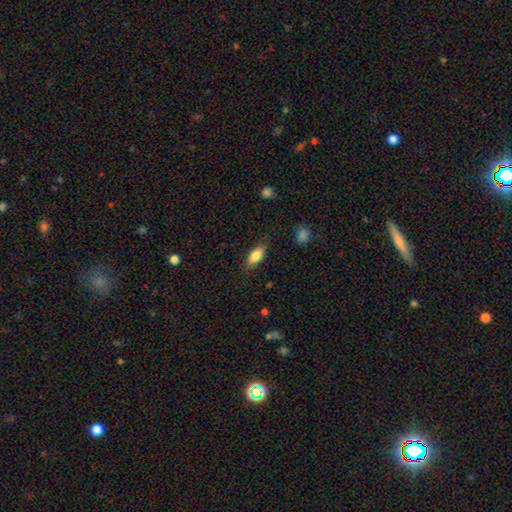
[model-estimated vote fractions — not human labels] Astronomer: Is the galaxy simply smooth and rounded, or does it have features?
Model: smooth — 81%.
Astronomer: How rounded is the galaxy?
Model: in between — 81%.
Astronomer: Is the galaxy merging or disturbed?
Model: none — 83%.